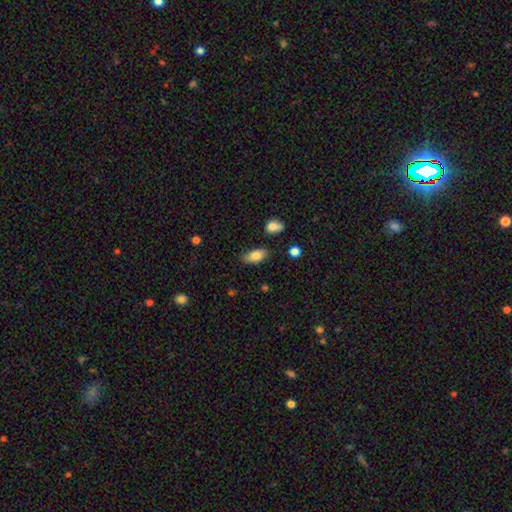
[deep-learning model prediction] This appears to be a smooth galaxy with no disk features (81%) that is in between round and cigar-shaped (90%). Merging: none (80%).